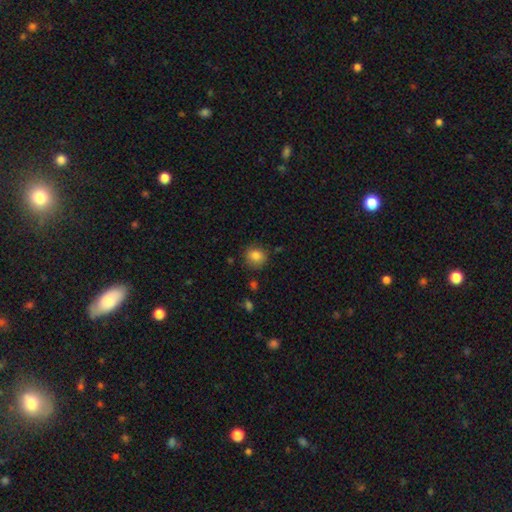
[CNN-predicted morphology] smooth-or-featured: smooth: 84% | star or artifact: 10% | featured or disk: 6%
  how-rounded: round: 83% | in between: 16% | cigar-shaped: 1%
  merging: none: 81% | minor disturbance: 14% | major disturbance: 3% | merger: 2%